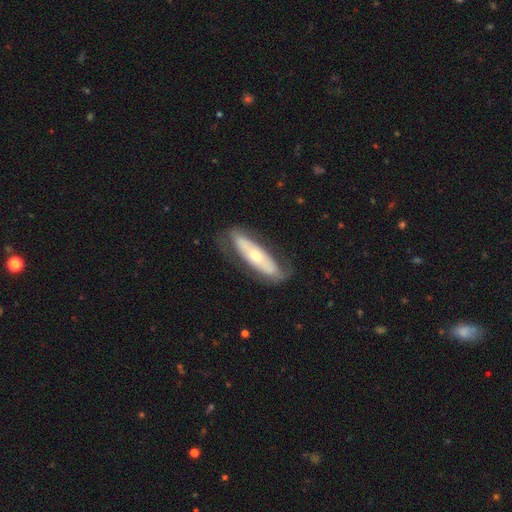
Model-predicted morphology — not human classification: A featured or disk galaxy (57%). Merging: none (71%).